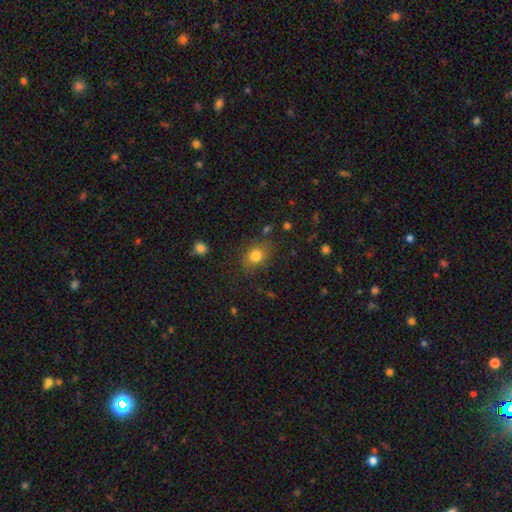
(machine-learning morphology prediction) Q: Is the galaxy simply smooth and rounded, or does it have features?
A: smooth — 80%.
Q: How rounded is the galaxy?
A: round — 53%.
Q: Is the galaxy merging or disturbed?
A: none — 78%.